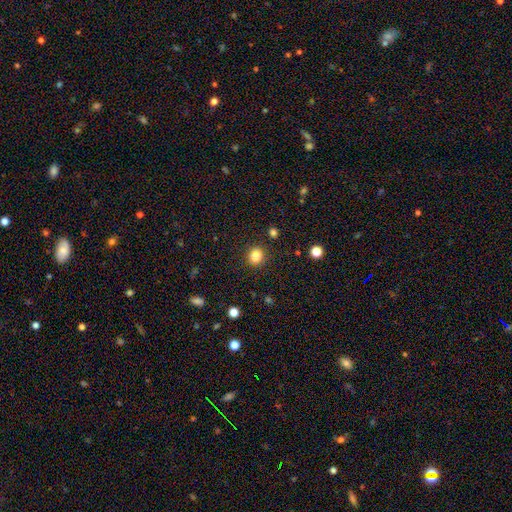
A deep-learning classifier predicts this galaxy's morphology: Smooth or featured? Predicted: smooth (p=0.84). How rounded? Predicted: round (p=0.77). Merging? Predicted: none (p=0.89).